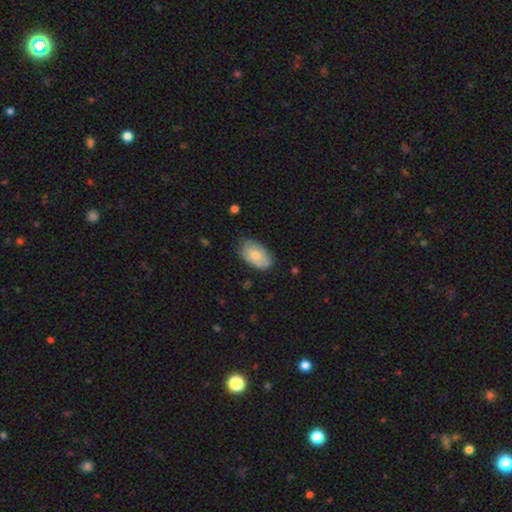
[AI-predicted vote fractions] Q: Smooth or featured?
A: smooth (76%); runner-up: featured or disk (18%)
Q: How rounded?
A: in between (94%); runner-up: round (5%)
Q: Merging?
A: none (73%); runner-up: minor disturbance (22%)